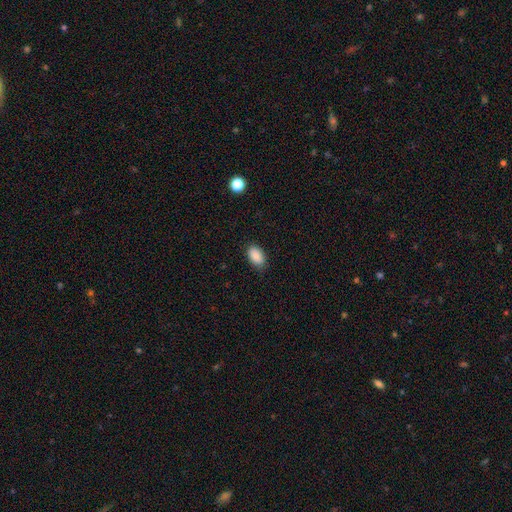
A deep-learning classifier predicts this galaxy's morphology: Overall: smooth (89%). How rounded: in between (92%). Merging: none (84%).